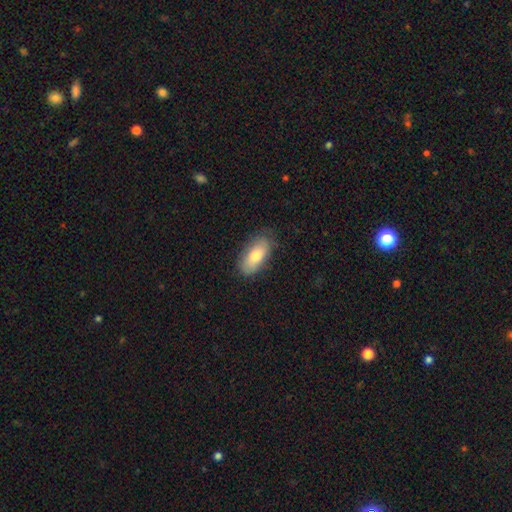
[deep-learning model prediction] This appears to be a smooth galaxy with no disk features (77%) that is in between round and cigar-shaped (86%). Merging: none (80%).